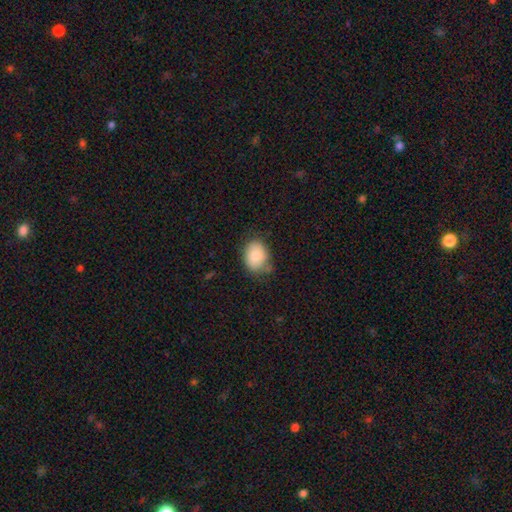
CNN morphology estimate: Smooth or featured: smooth — 83% (featured or disk — 10%)
How rounded: in between — 65% (round — 34%)
Merging: none — 71% (minor disturbance — 21%)